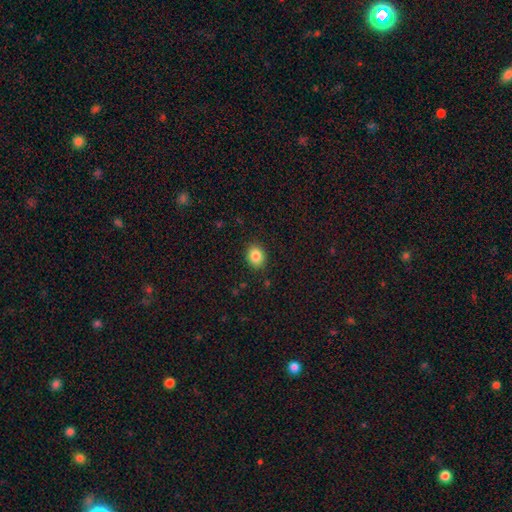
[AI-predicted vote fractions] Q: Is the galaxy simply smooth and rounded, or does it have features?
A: smooth — 85%.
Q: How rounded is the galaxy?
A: round — 60%.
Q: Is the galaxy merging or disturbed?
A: none — 88%.